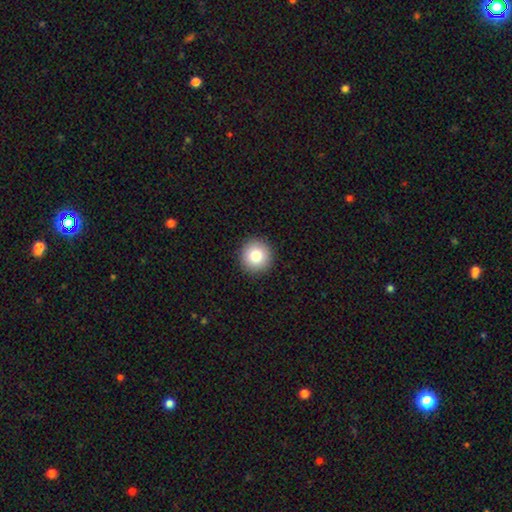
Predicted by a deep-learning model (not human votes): Smooth or featured? smooth (83%)
How rounded? round (95%)
Merging? none (92%)